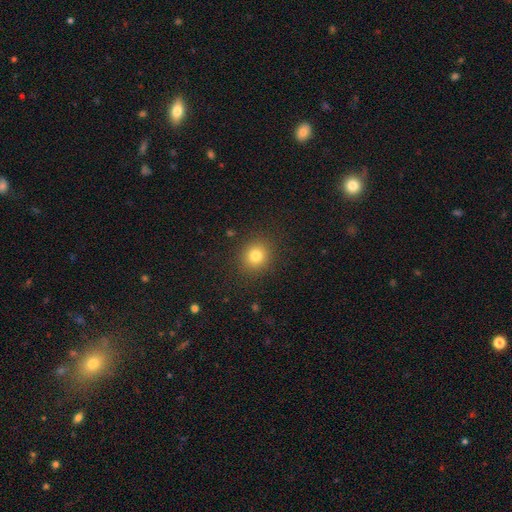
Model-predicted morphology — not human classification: This is clearly a smooth galaxy (80%). How rounded: clearly round (81%). Merging: clearly none (89%).